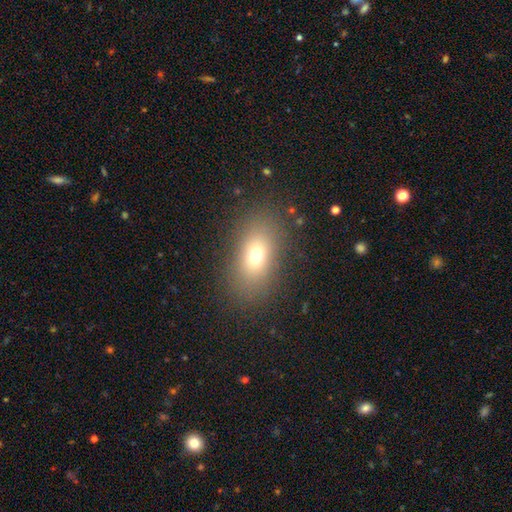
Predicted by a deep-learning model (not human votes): Smooth or featured: smooth — 70% (featured or disk — 15%)
How rounded: in between — 80% (round — 16%)
Merging: none — 83% (minor disturbance — 10%)